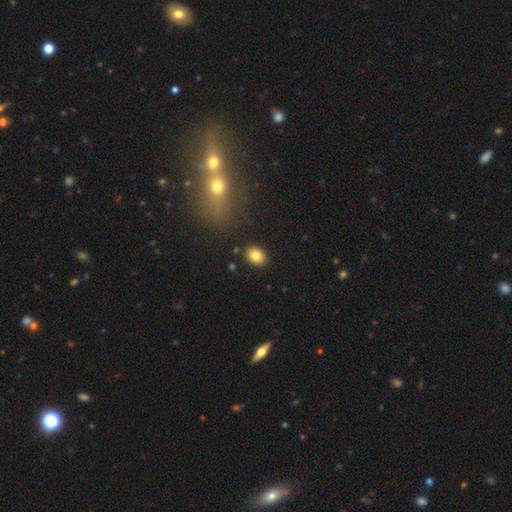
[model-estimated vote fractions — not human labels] smooth_or_featured: smooth (p=0.82) [alt: star or artifact p=0.09]
how_rounded: in between (p=0.61) [alt: round p=0.38]
merging: none (p=0.88) [alt: minor disturbance p=0.08]